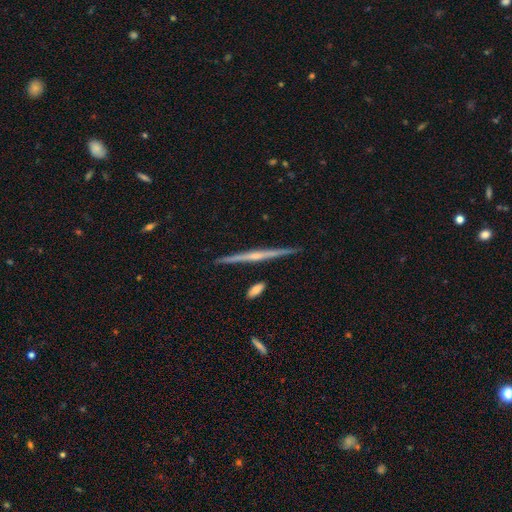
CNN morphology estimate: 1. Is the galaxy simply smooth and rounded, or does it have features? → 80% featured or disk, 14% smooth, 6% star or artifact.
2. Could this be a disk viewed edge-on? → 98% yes, 2% no.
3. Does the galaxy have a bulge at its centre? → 65% rounded, 28% none, 7% boxy.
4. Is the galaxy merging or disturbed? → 90% none, 6% minor disturbance, 2% merger, 1% major disturbance.